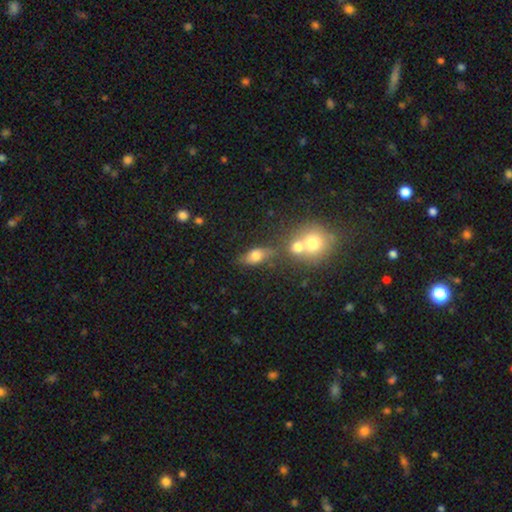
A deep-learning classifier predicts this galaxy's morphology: This is likely a smooth galaxy (69%). How rounded: likely in between (73%). Merging: possibly none (56%).